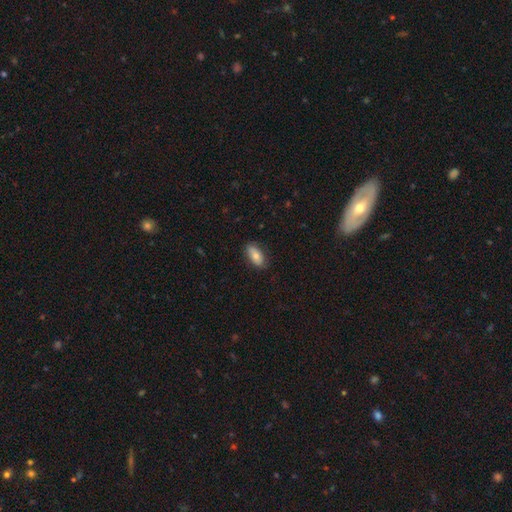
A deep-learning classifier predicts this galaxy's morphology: A smooth galaxy with no disk features (74%) that is in between round and cigar-shaped (90%). Merging: none (81%).